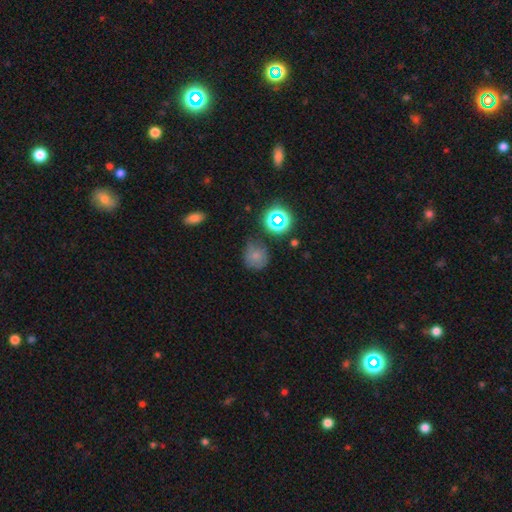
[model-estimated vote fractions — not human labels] A smooth galaxy with no disk features (70%) that is round (84%).

Vote fractions:
- Smooth or featured? smooth: 70% / star or artifact: 19% / featured or disk: 11%
- How rounded? round: 84% / in between: 15% / cigar-shaped: 1%
- Merging? none: 61% / minor disturbance: 26% / major disturbance: 8% / merger: 5%